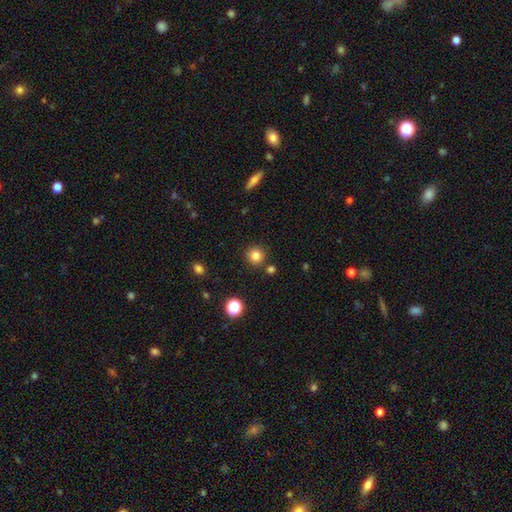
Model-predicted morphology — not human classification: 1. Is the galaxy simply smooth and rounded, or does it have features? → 82% smooth, 13% star or artifact, 6% featured or disk.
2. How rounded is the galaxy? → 93% round, 6% in between, 1% cigar-shaped.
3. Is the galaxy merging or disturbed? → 86% none, 7% minor disturbance, 5% merger, 2% major disturbance.